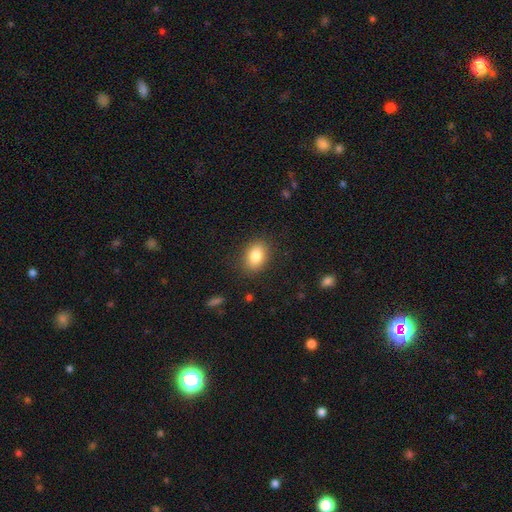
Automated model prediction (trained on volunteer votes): Smooth or featured?
  - smooth: 84% *
  - star or artifact: 8%
  - featured or disk: 8%
How rounded?
  - in between: 77% *
  - round: 21%
  - cigar-shaped: 1%
Merging?
  - none: 86% *
  - minor disturbance: 9%
  - major disturbance: 3%
  - merger: 1%